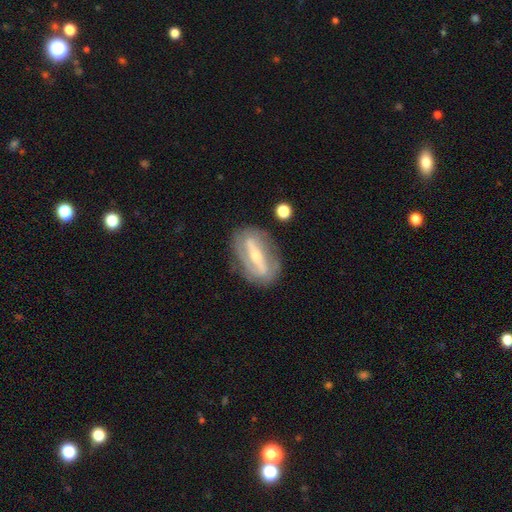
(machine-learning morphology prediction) featured or disk 79%, smooth 15%, star or artifact 6%. Down the decision tree: edge-on disk — no (84%); bar — strong (74%); spiral arms — yes (65%); bulge size — small (51%); merging — none (78%).